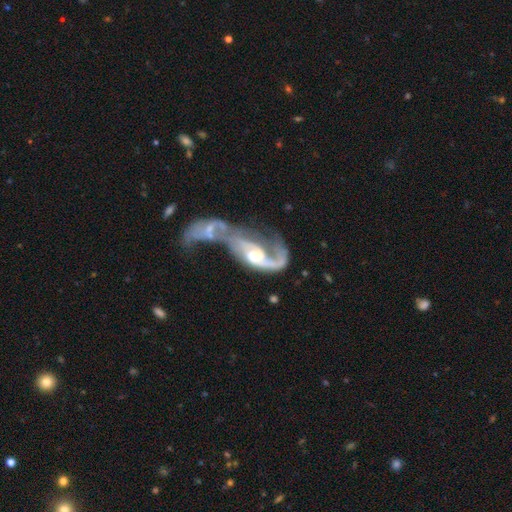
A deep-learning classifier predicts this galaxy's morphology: This is clearly a featured or disk galaxy (84%). It is clearly not viewed edge-on (95%). Bar: possibly no (54%). Spiral arm pattern: clearly yes (90%). Spiral arm count: possibly 2 (56%). Spiral winding: possibly loose (58%). Central bulge: likely moderate (61%). Merging: likely merger (74%).